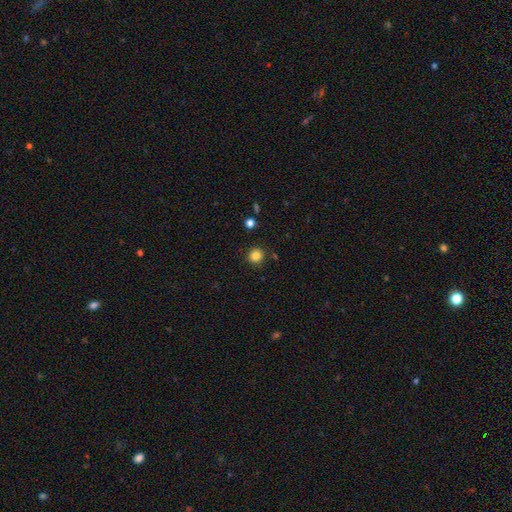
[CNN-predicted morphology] Smooth or featured? smooth (84%)
How rounded? round (93%)
Merging? none (89%)